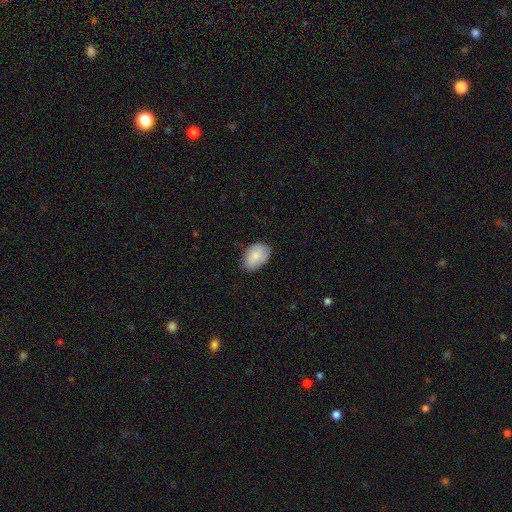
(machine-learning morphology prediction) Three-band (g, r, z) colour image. It shows a smooth galaxy with no disk features (82%) that is in between round and cigar-shaped (85%). Merging: none (74%).